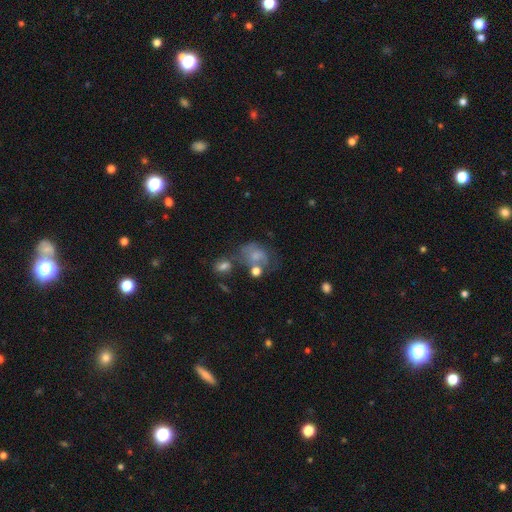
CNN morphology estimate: Overall: smooth (55%; featured or disk 34%). How rounded: in between (51%; round 48%). Merging: none (30%; major disturbance 26%).